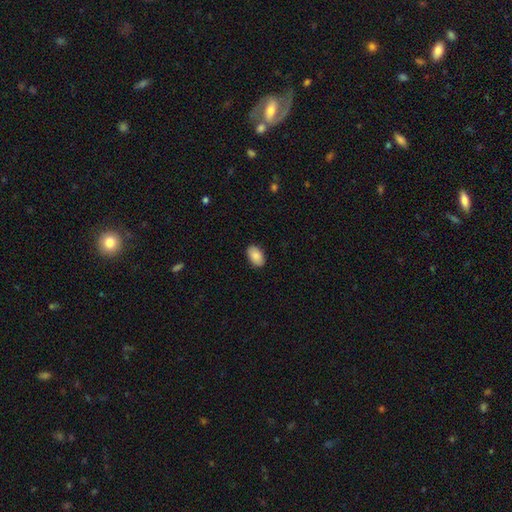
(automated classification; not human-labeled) Morphology: type=smooth (89%); roundness=in between (93%); merging=none (88%).